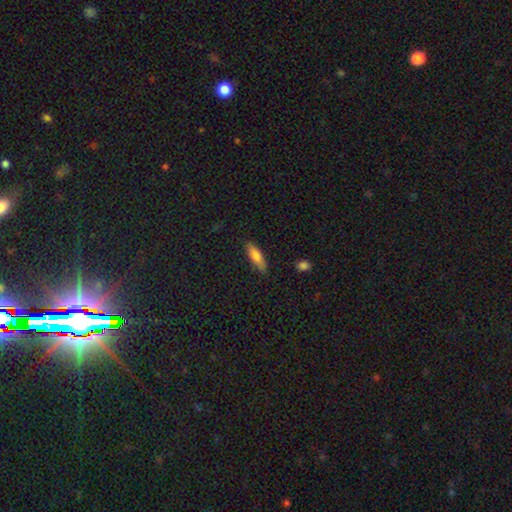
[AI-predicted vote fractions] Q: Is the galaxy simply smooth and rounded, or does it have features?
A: smooth — 78%.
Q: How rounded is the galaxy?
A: cigar-shaped — 52%.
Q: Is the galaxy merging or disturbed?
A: none — 84%.